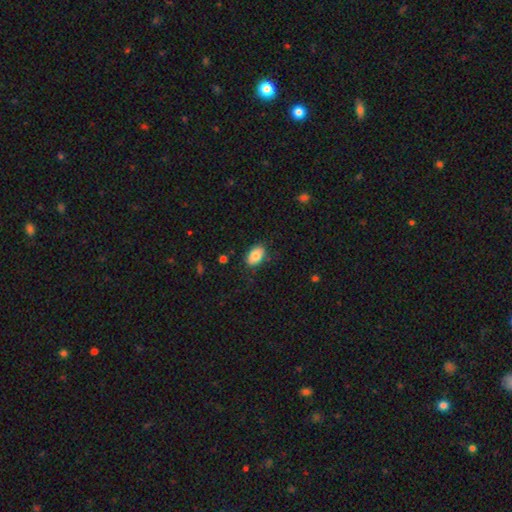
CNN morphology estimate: A smooth galaxy with no disk features (84%) that is in between round and cigar-shaped (91%).

Vote fractions:
- Smooth or featured? smooth: 84% / featured or disk: 9% / star or artifact: 7%
- How rounded? in between: 91% / round: 8% / cigar-shaped: 1%
- Merging? none: 81% / minor disturbance: 14% / major disturbance: 3% / merger: 1%